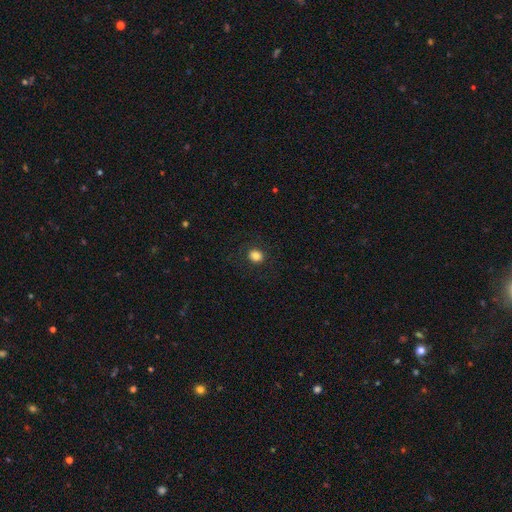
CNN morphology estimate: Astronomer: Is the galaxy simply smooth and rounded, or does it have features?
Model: smooth — 84%.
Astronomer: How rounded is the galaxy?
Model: round — 73%.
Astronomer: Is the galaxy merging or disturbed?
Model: none — 87%.